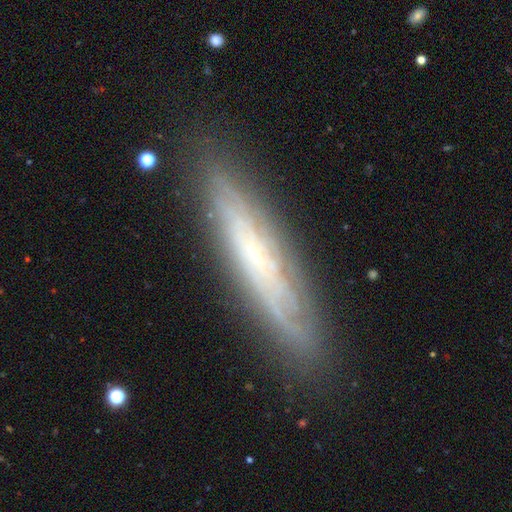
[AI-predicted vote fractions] Smooth or featured? featured or disk (65%)
Edge-on disk? yes (68%)
Merging? none (83%)